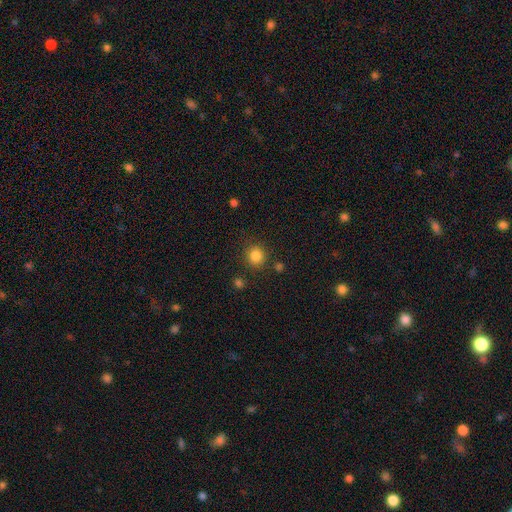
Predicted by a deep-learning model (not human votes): smooth-or-featured: smooth: 84% | star or artifact: 12% | featured or disk: 4%
  how-rounded: round: 91% | in between: 9% | cigar-shaped: 1%
  merging: none: 86% | minor disturbance: 8% | merger: 4% | major disturbance: 3%